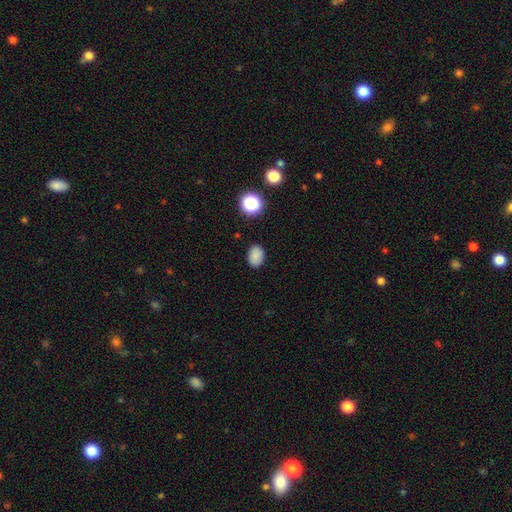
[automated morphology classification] Smooth or featured?
  - smooth: 85% *
  - star or artifact: 11%
  - featured or disk: 4%
How rounded?
  - in between: 77% *
  - round: 22%
  - cigar-shaped: 1%
Merging?
  - none: 86% *
  - minor disturbance: 10%
  - major disturbance: 2%
  - merger: 1%